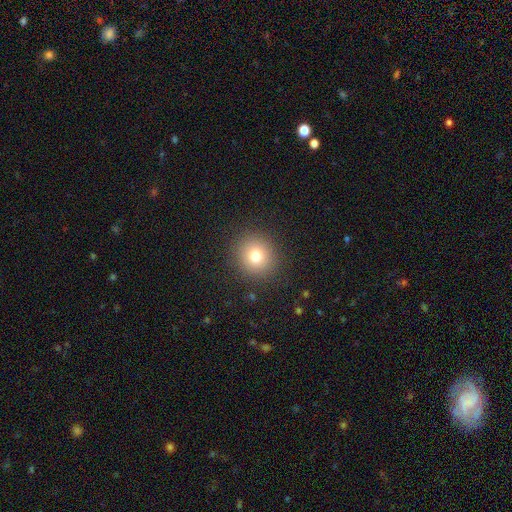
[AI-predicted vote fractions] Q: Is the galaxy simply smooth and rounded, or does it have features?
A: smooth — 77%.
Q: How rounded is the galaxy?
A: round — 88%.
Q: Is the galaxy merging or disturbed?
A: none — 90%.